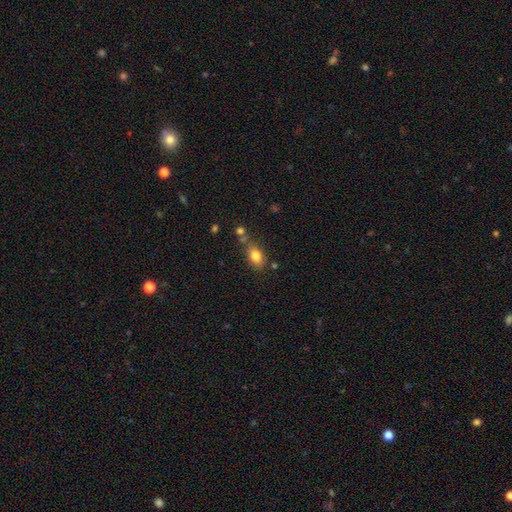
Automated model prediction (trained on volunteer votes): smooth 80%, featured or disk 11%, star or artifact 9%. Down the decision tree: how rounded — in between (83%); merging — none (61%).